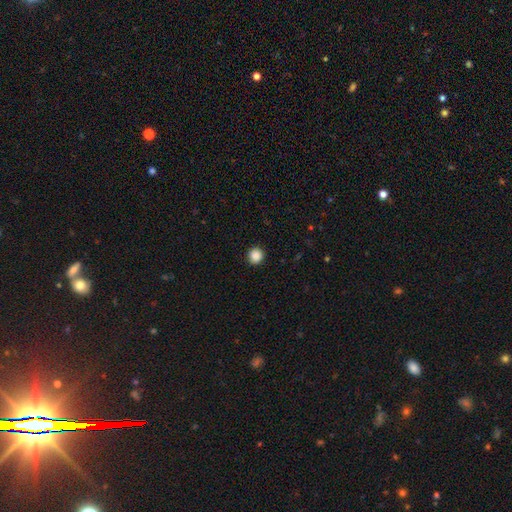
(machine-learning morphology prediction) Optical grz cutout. It shows a smooth galaxy with no disk features (88%) that is round (94%). Merging: none (93%).